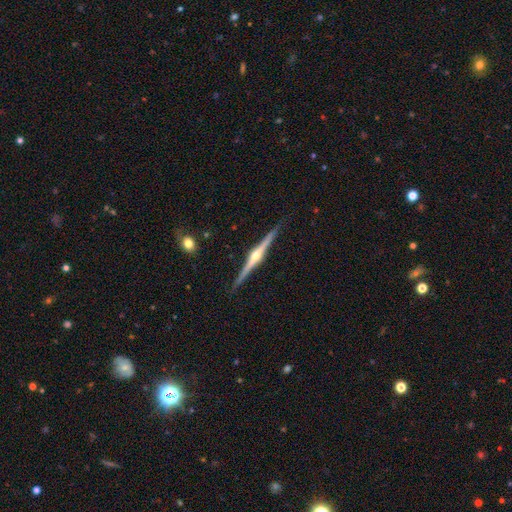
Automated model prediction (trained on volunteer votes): smooth_or_featured: featured or disk (p=0.86) [alt: smooth p=0.10]
disk_edge_on: yes (p=0.99) [alt: no p=0.01]
edge_on_bulge: rounded (p=0.94) [alt: boxy p=0.04]
merging: none (p=0.91) [alt: minor disturbance p=0.07]